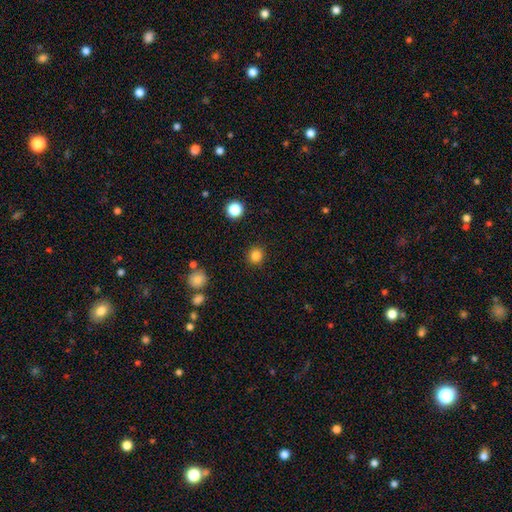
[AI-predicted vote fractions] A smooth galaxy with no disk features (84%) that is round (90%).

Vote fractions:
- Smooth or featured? smooth: 84% / star or artifact: 12% / featured or disk: 4%
- How rounded? round: 90% / in between: 9% / cigar-shaped: 1%
- Merging? none: 91% / minor disturbance: 6% / major disturbance: 2% / merger: 1%